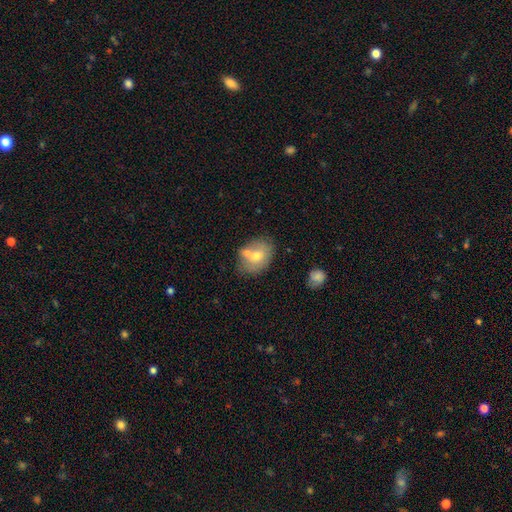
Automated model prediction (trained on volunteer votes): smooth_or_featured: smooth (p=0.64) [alt: featured or disk p=0.28]
how_rounded: in between (p=0.58) [alt: round p=0.41]
merging: none (p=0.46) [alt: merger p=0.30]